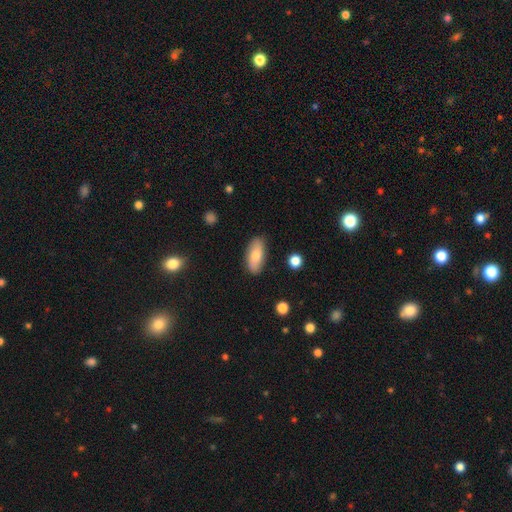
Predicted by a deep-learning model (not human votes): Smooth or featured: smooth — 75% (featured or disk — 18%)
How rounded: in between — 85% (cigar-shaped — 12%)
Merging: none — 85% (minor disturbance — 12%)